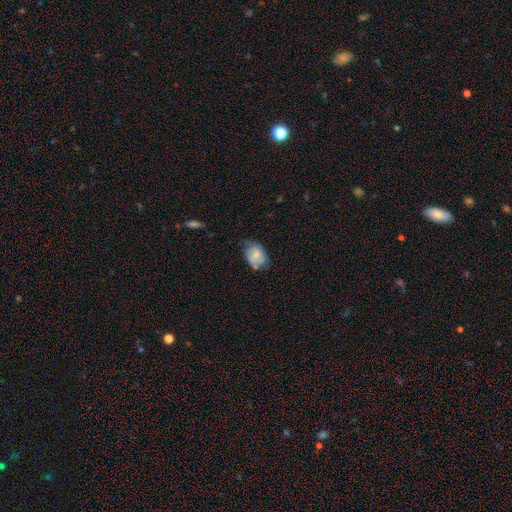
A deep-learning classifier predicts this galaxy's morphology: Q: Smooth or featured?
A: smooth (64%); runner-up: featured or disk (28%)
Q: How rounded?
A: in between (70%); runner-up: round (29%)
Q: Merging?
A: none (52%); runner-up: minor disturbance (35%)